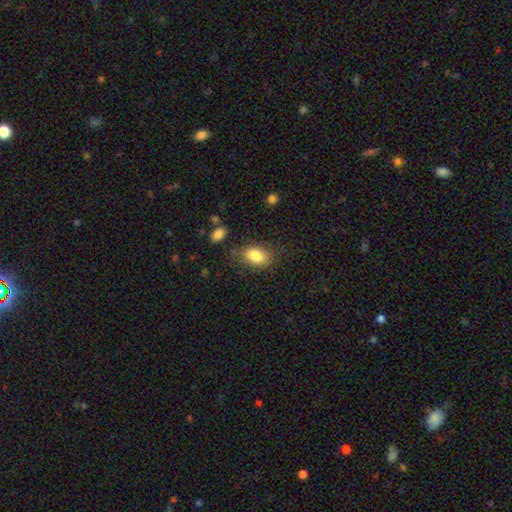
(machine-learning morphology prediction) Q: Smooth or featured?
A: smooth (83%); runner-up: featured or disk (9%)
Q: How rounded?
A: in between (83%); runner-up: round (16%)
Q: Merging?
A: none (72%); runner-up: minor disturbance (19%)